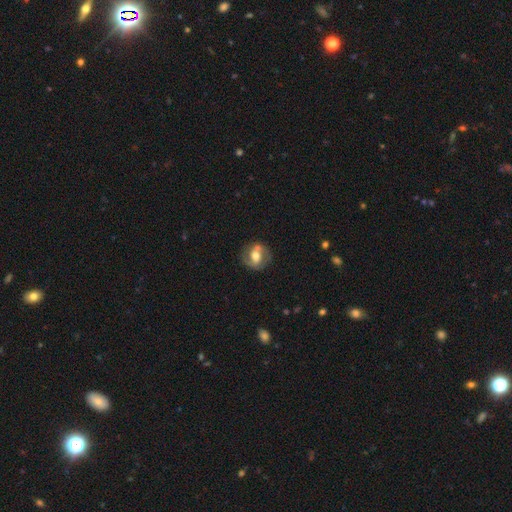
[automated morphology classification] Smooth or featured? Predicted: featured or disk (p=0.67). Edge-on disk? Predicted: no (p=0.96). Bar? Predicted: weak (p=0.39). Spiral arms? Predicted: yes (p=0.81). Spiral winding? Predicted: medium (p=0.48). Spiral arm count? Predicted: 2 (p=0.85). Bulge size? Predicted: moderate (p=0.68). Merging? Predicted: none (p=0.75).